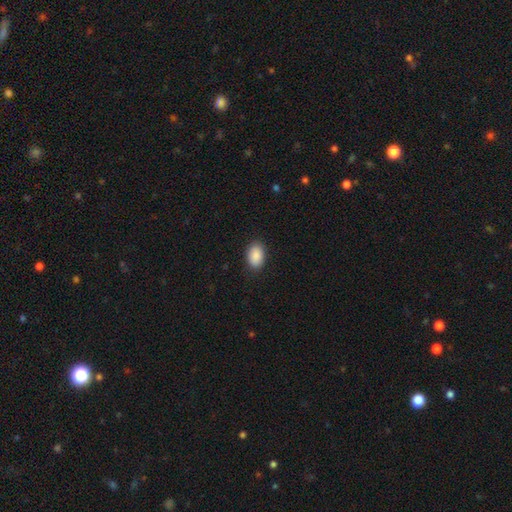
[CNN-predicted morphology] The model was most divided on "how rounded": in between: 89%, round: 10%, cigar-shaped: 1%. More confident: smooth or featured — smooth (90%); merging — none (88%).